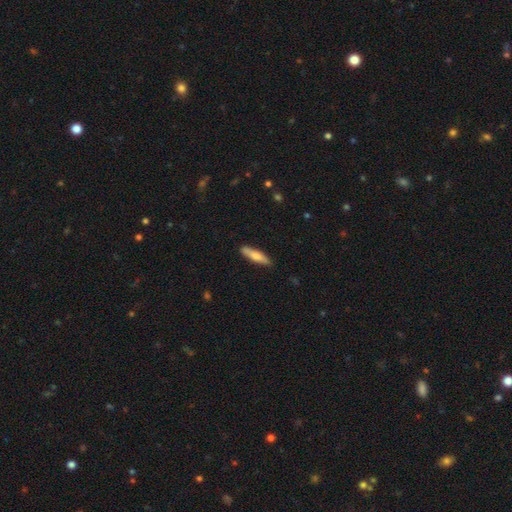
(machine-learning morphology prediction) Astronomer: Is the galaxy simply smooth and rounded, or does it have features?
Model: smooth — 69%.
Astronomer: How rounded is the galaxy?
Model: cigar-shaped — 73%.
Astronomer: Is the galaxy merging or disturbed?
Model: none — 85%.